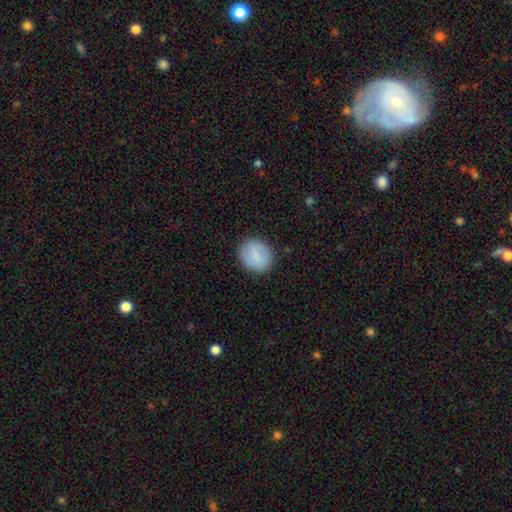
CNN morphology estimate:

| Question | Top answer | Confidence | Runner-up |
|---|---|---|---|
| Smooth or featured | smooth | 82% | featured or disk (11%) |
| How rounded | round | 77% | in between (22%) |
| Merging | none | 87% | minor disturbance (9%) |